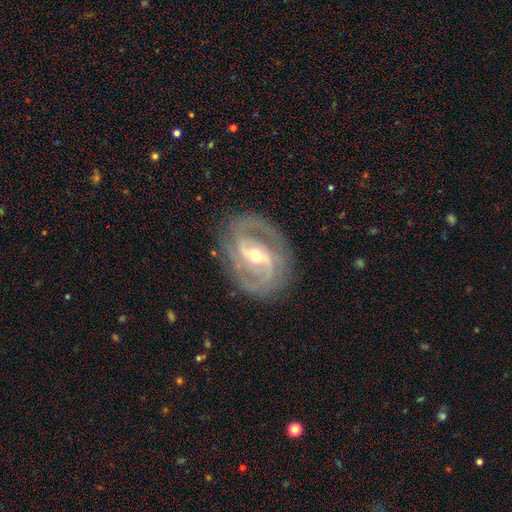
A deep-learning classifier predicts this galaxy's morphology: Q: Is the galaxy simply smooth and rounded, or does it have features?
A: featured or disk — 91%.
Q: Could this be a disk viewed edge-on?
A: no — 97%.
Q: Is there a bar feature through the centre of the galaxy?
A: strong — 42%.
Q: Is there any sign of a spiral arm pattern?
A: yes — 97%.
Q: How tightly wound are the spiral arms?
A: medium — 48%.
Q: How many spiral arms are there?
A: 2 — 72%.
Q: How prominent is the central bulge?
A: moderate — 56%.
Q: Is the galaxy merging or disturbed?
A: none — 80%.